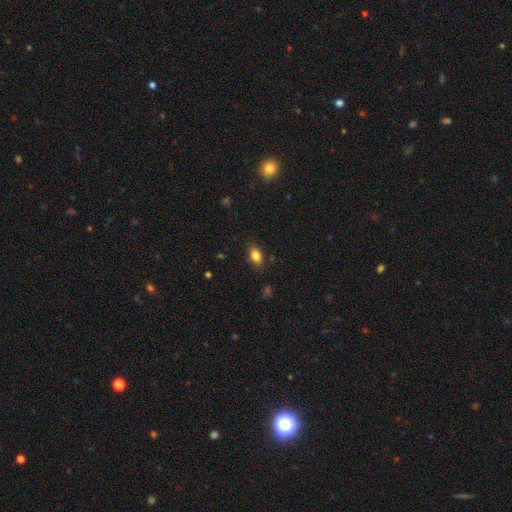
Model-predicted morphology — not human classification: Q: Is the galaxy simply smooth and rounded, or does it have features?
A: smooth — 83%.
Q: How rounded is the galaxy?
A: in between — 84%.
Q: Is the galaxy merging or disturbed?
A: none — 82%.